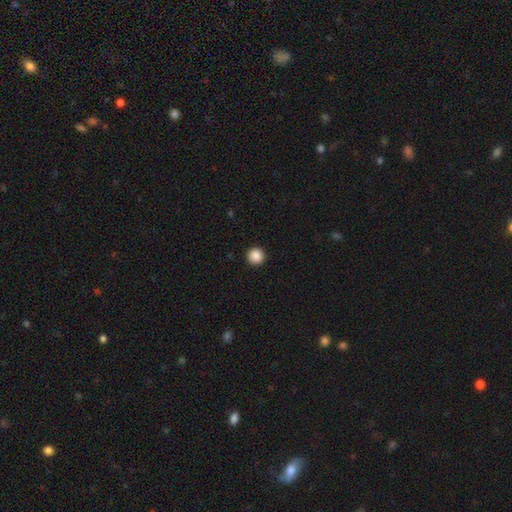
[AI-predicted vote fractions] Smooth or featured: smooth — 88% (star or artifact — 9%)
How rounded: round — 95% (in between — 4%)
Merging: none — 93% (minor disturbance — 4%)